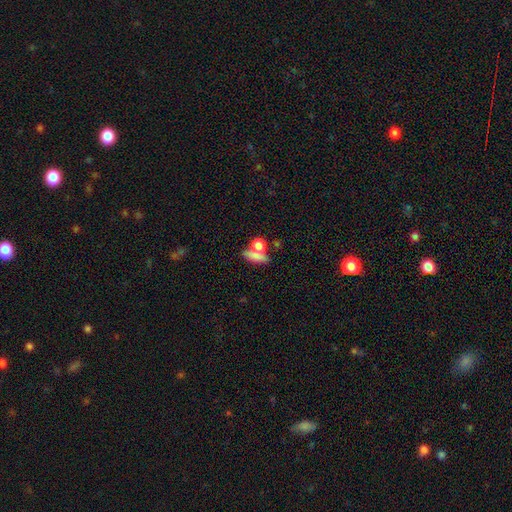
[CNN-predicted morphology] Smooth or featured: smooth — 76% (featured or disk — 15%)
How rounded: in between — 46% (round — 29%)
Merging: none — 44% (merger — 37%)